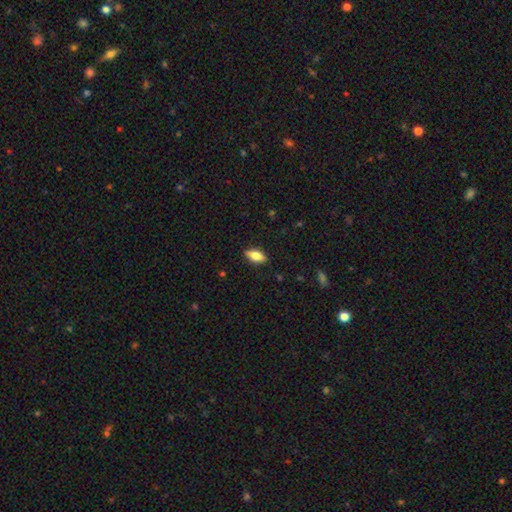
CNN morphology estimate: smooth_or_featured: smooth (p=0.67) [alt: featured or disk p=0.25]
how_rounded: in between (p=0.80) [alt: cigar-shaped p=0.16]
merging: none (p=0.86) [alt: minor disturbance p=0.11]